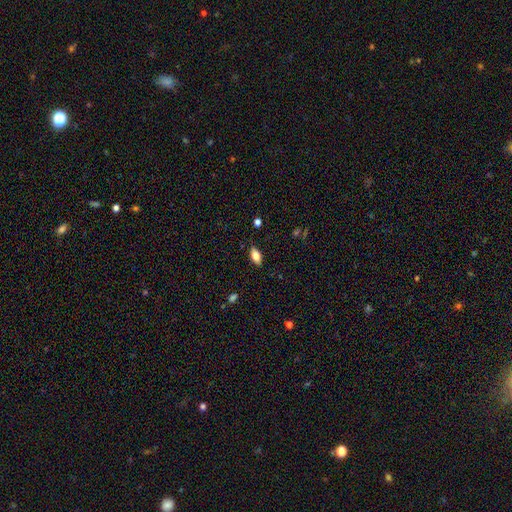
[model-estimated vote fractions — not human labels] Smooth or featured? smooth (72%)
How rounded? in between (86%)
Merging? none (85%)